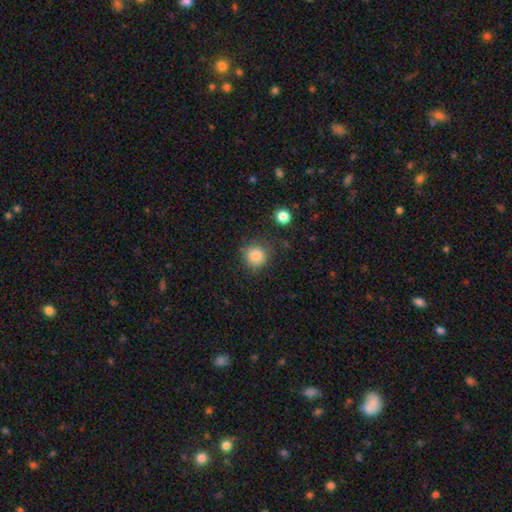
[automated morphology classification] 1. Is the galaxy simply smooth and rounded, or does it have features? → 85% smooth, 10% star or artifact, 4% featured or disk.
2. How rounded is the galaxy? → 92% round, 7% in between, 1% cigar-shaped.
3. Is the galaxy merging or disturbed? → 79% none, 13% minor disturbance, 5% major disturbance, 3% merger.